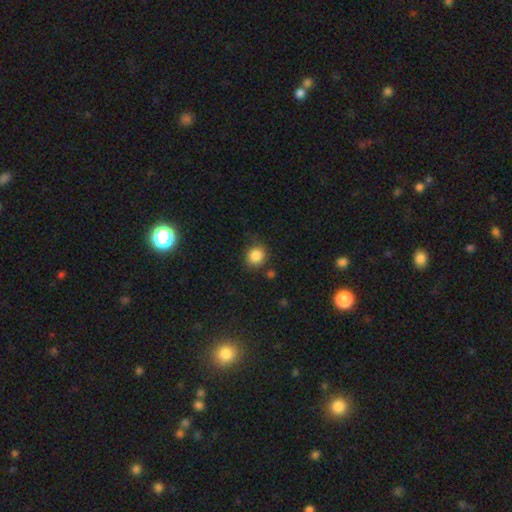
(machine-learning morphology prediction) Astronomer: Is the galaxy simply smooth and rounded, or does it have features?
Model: smooth — 86%.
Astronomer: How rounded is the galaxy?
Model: round — 87%.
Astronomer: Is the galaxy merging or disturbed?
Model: none — 80%.